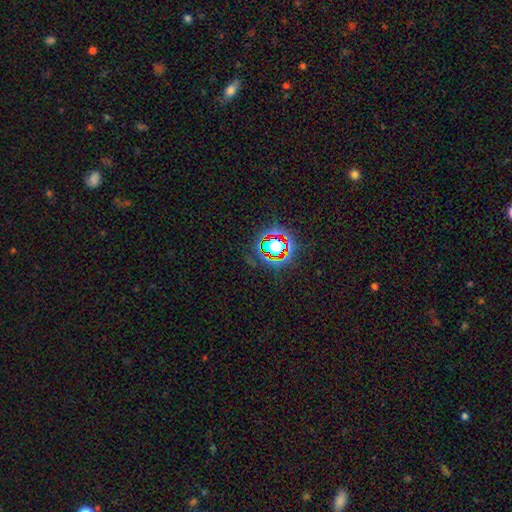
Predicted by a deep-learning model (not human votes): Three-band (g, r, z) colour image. It shows a star or artifact, not a galaxy (75%).